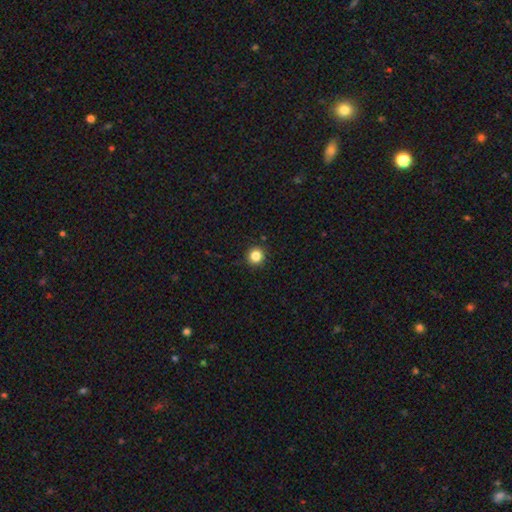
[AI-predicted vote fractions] Q: Smooth or featured?
A: smooth (84%); runner-up: star or artifact (12%)
Q: How rounded?
A: round (94%); runner-up: in between (5%)
Q: Merging?
A: none (92%); runner-up: minor disturbance (5%)